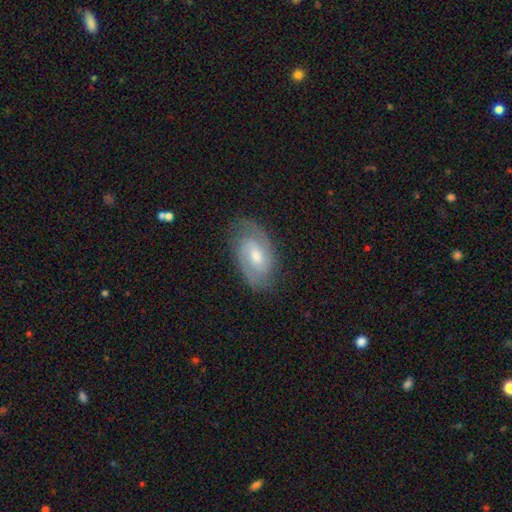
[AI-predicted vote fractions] featured or disk 80%, smooth 14%, star or artifact 6%. Down the decision tree: edge-on disk — no (96%); bar — weak (52%); spiral arms — yes (94%); spiral arm count — 2 (81%); spiral winding — tight (46%); bulge size — moderate (60%); merging — none (78%).